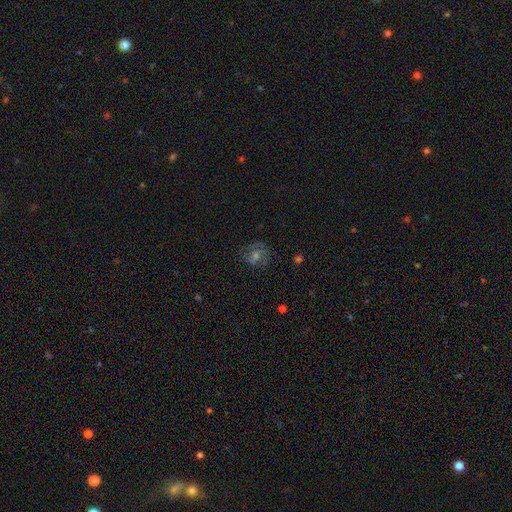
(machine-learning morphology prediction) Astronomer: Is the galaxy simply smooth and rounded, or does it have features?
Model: featured or disk — 42% (runner-up: smooth, 33%).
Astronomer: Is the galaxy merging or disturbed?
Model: none — 72%.